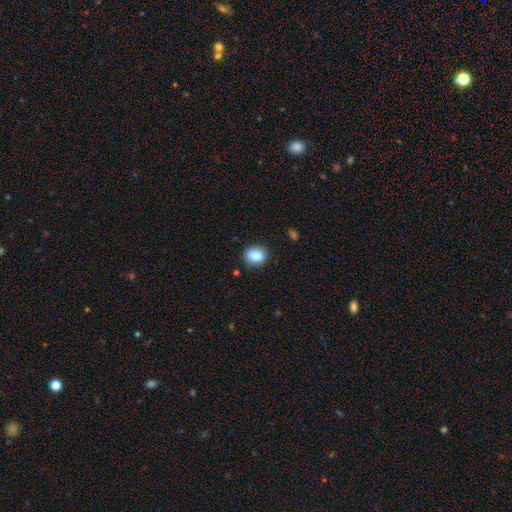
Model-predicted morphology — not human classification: This appears to be a smooth galaxy with no disk features (85%) that is in between round and cigar-shaped (54%). Merging: none (84%).